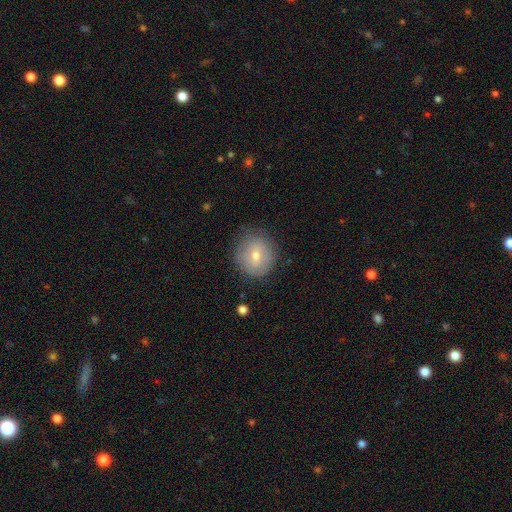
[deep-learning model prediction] This is likely a smooth galaxy (62%). How rounded: clearly round (86%). Merging: clearly none (80%).